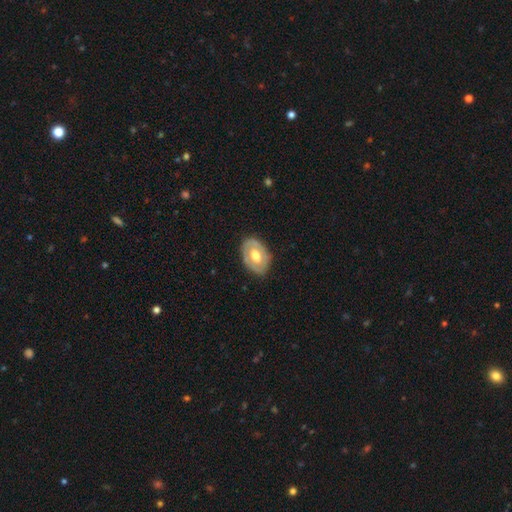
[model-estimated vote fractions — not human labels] Smooth or featured?
  - featured or disk: 53% *
  - smooth: 42%
  - star or artifact: 5%
Edge-on disk?
  - no: 92% *
  - yes: 8%
Merging?
  - none: 78% *
  - minor disturbance: 16%
  - major disturbance: 4%
  - merger: 1%